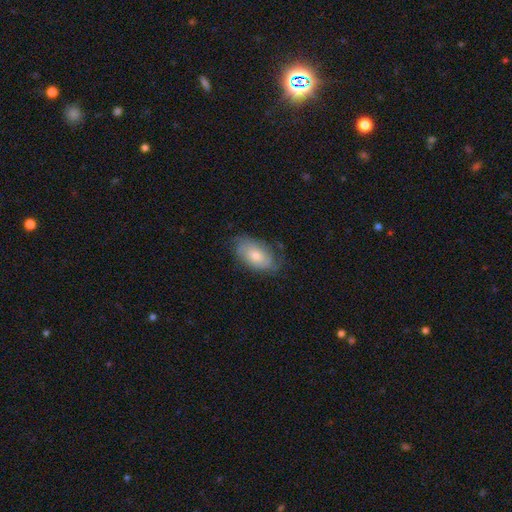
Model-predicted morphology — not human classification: The model was most divided on "smooth or featured": smooth: 50%, featured or disk: 43%, star or artifact: 7%. More confident: how rounded — in between (92%); merging — none (65%).